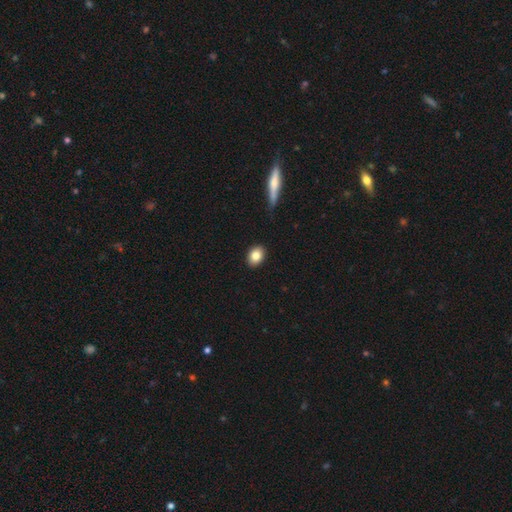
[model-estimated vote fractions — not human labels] Smooth or featured? Predicted: smooth (p=0.84). How rounded? Predicted: in between (p=0.68). Merging? Predicted: none (p=0.90).